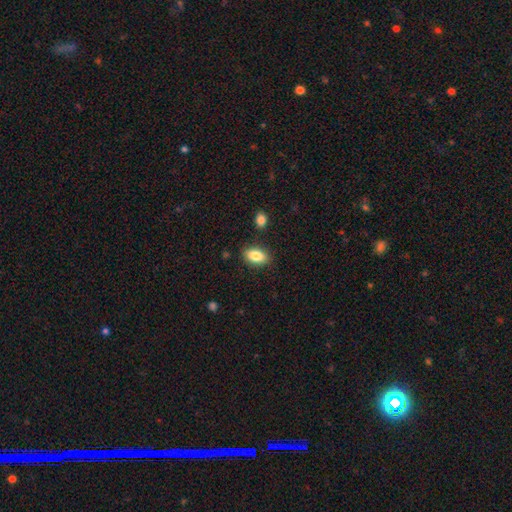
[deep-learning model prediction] smooth_or_featured: smooth (p=0.85) [alt: featured or disk p=0.07]
how_rounded: in between (p=0.90) [alt: round p=0.06]
merging: none (p=0.85) [alt: minor disturbance p=0.10]